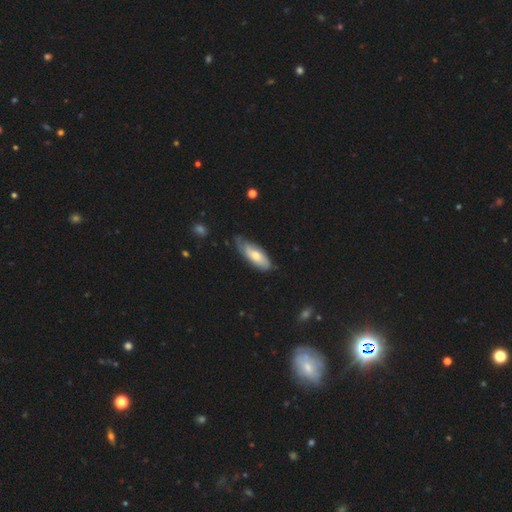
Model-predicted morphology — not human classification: type=smooth (57%); roundness=in between (69%); merging=none (56%).